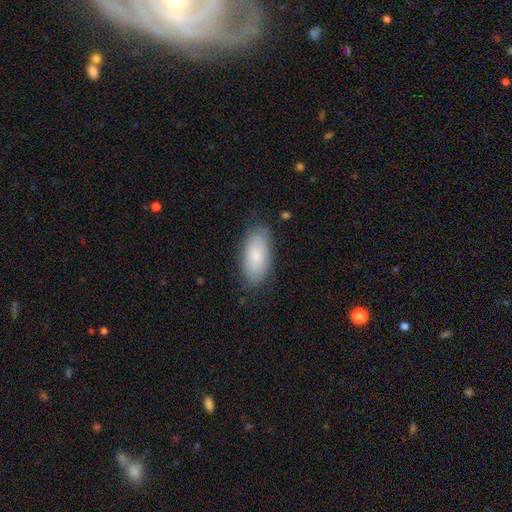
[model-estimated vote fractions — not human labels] A smooth galaxy with no disk features (76%) that is in between round and cigar-shaped (90%).

Vote fractions:
- Smooth or featured? smooth: 76% / featured or disk: 17% / star or artifact: 7%
- How rounded? in between: 90% / cigar-shaped: 8% / round: 2%
- Merging? none: 81% / minor disturbance: 14% / major disturbance: 3% / merger: 1%